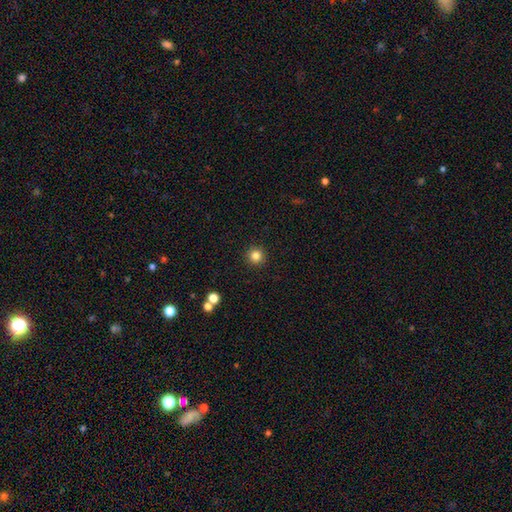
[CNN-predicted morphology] This is clearly a smooth galaxy (84%). How rounded: clearly round (96%). Merging: clearly none (93%).